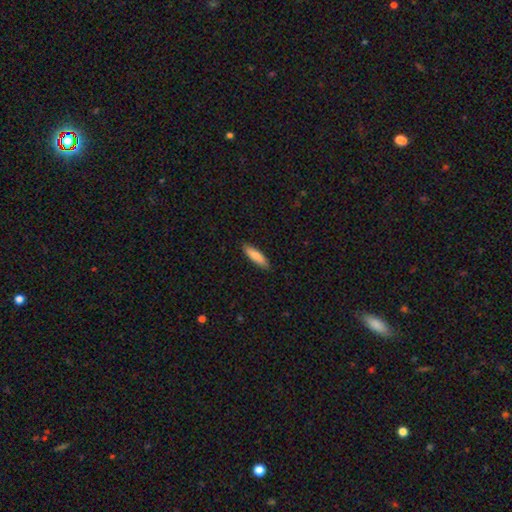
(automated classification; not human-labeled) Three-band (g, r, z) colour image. It shows a smooth galaxy with no disk features (83%) that is cigar-shaped (59%). Merging: none (87%).